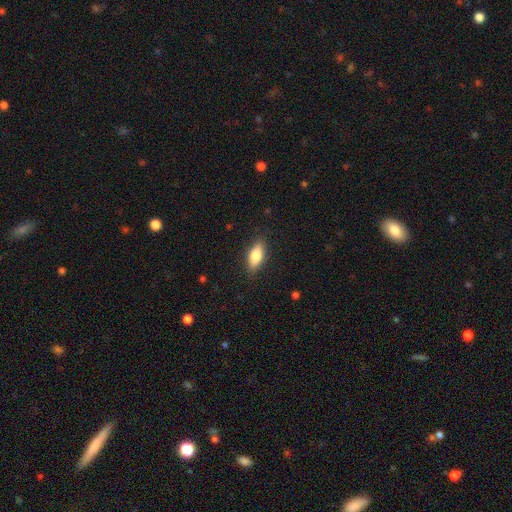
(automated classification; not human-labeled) This is likely a smooth galaxy (77%). How rounded: likely in between (74%). Merging: clearly none (86%).